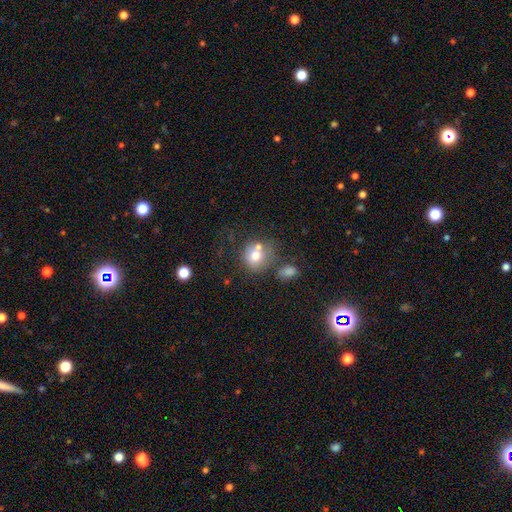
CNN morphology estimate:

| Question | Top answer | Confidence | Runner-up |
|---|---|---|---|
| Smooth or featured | smooth | 70% | featured or disk (20%) |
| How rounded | round | 80% | in between (19%) |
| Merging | none | 45% | merger (33%) |